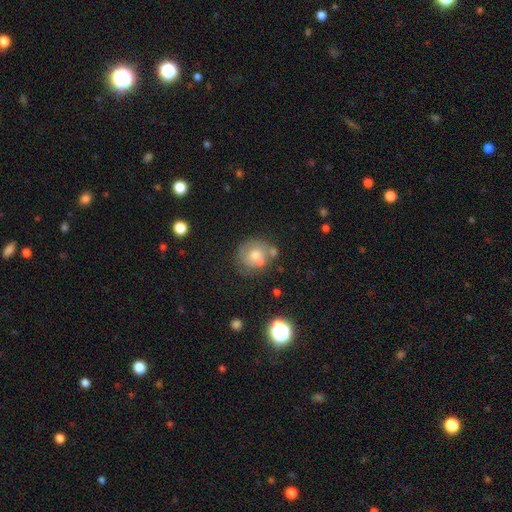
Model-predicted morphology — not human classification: smooth_or_featured: smooth (p=0.51) [alt: featured or disk p=0.38]
how_rounded: round (p=0.79) [alt: in between p=0.20]
merging: none (p=0.50) [alt: minor disturbance p=0.21]